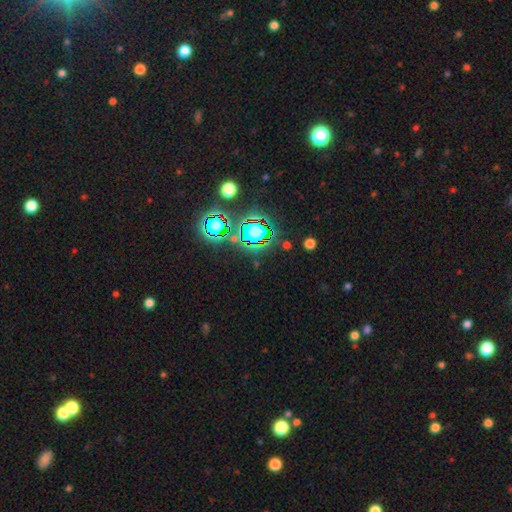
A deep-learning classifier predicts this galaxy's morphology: Smooth or featured: star or artifact — 79% (smooth — 13%)